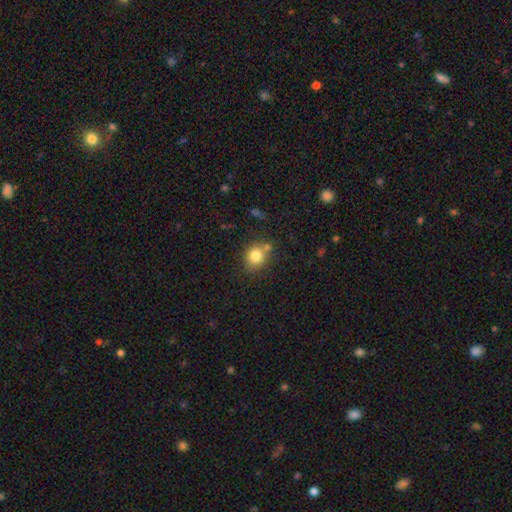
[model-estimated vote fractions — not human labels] smooth 80%, star or artifact 11%, featured or disk 9%. Down the decision tree: how rounded — round (75%); merging — none (67%).